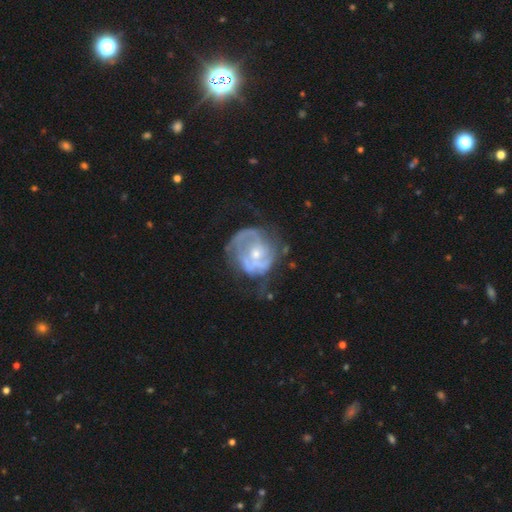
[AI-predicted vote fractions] Smooth or featured: featured or disk — 77% (smooth — 16%)
Edge-on disk: no — 98% (yes — 2%)
Bar: no — 74% (weak — 22%)
Spiral arms: yes — 72% (no — 28%)
Spiral winding: tight — 47% (medium — 35%)
Spiral arm count: can't tell — 38% (2 — 35%)
Bulge size: small — 53% (moderate — 41%)
Merging: none — 44% (major disturbance — 28%)